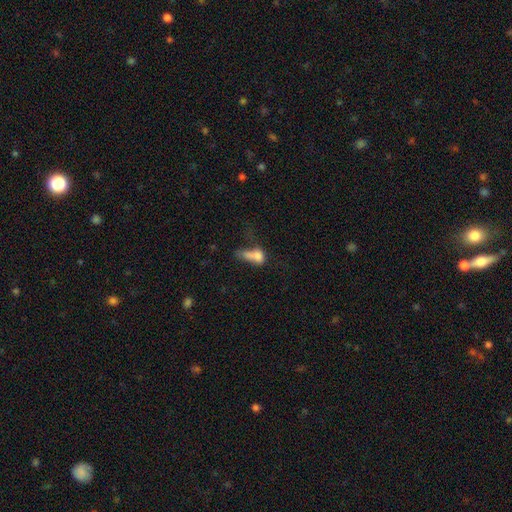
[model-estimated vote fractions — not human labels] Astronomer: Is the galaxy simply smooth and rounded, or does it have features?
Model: smooth — 66%.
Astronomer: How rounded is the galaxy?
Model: in between — 73%.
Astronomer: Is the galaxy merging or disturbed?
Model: merger — 40% (runner-up: major disturbance, 32%).